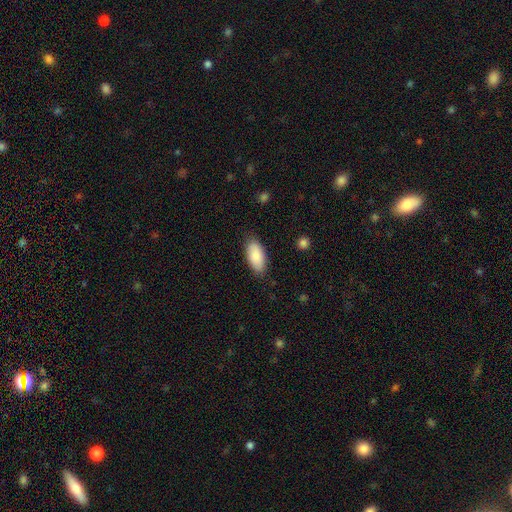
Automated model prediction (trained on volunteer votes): This is clearly a smooth galaxy (87%). How rounded: clearly in between (90%). Merging: clearly none (84%).